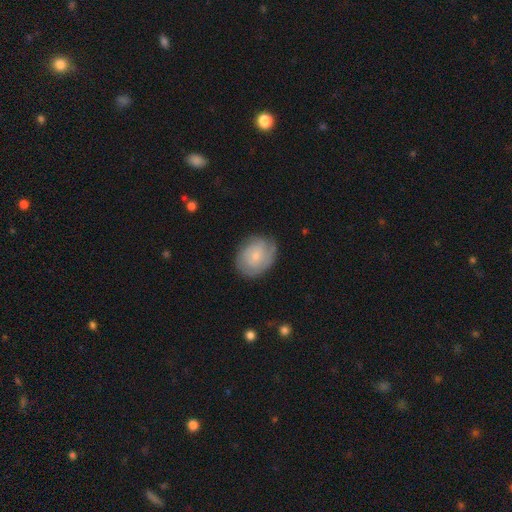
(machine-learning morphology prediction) Smooth or featured? smooth (48%)
Merging? none (73%)